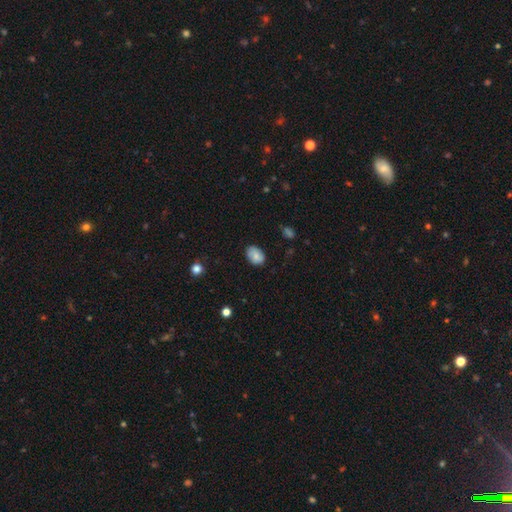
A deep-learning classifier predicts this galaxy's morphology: Smooth or featured?
  - smooth: 80% *
  - featured or disk: 12%
  - star or artifact: 8%
How rounded?
  - in between: 80% *
  - round: 19%
  - cigar-shaped: 1%
Merging?
  - none: 74% *
  - minor disturbance: 21%
  - major disturbance: 4%
  - merger: 1%